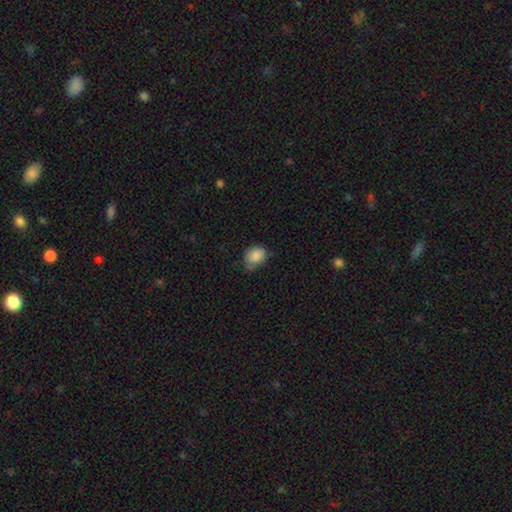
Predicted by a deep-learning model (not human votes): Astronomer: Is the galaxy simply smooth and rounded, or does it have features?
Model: smooth — 85%.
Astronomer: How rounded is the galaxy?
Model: in between — 61% (runner-up: round, 38%).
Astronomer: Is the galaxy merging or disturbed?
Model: none — 54% (runner-up: minor disturbance, 36%).